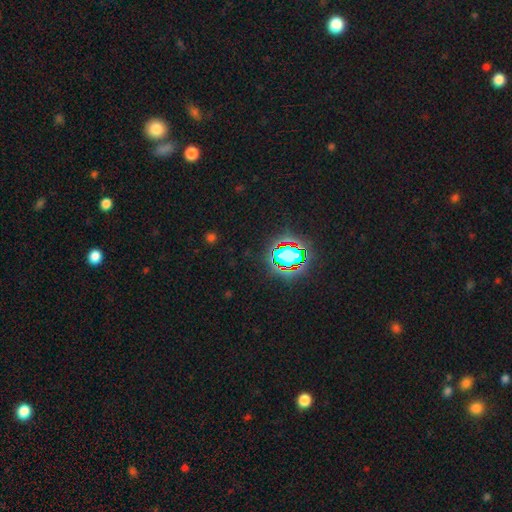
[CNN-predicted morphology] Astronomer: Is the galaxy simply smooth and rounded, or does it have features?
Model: star or artifact — 76%.